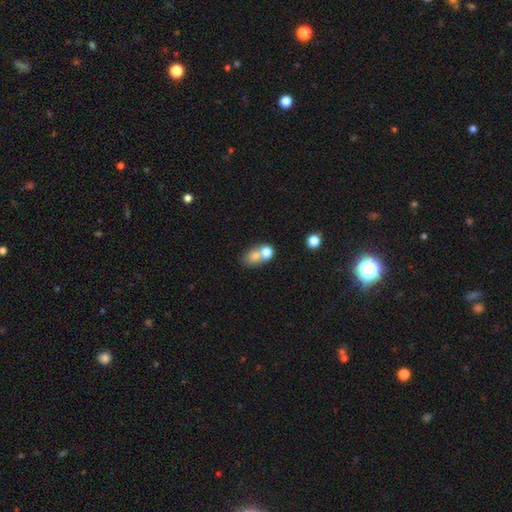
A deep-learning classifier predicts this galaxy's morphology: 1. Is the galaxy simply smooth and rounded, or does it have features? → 72% smooth, 16% featured or disk, 12% star or artifact.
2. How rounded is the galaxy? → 55% in between, 43% round, 2% cigar-shaped.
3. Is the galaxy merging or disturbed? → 48% merger, 39% none, 9% minor disturbance, 4% major disturbance.